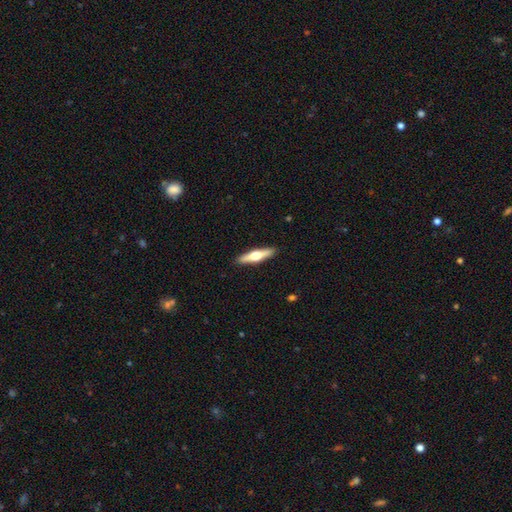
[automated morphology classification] A featured or disk galaxy (54%) viewed edge-on (95%) with a rounded central bulge (94%).

Vote fractions:
- Smooth or featured? featured or disk: 54% / smooth: 41% / star or artifact: 5%
- Edge-on disk? yes: 95% / no: 5%
- Edge-on bulge? rounded: 94% / boxy: 3% / none: 3%
- Merging? none: 91% / minor disturbance: 6% / major disturbance: 1% / merger: 1%